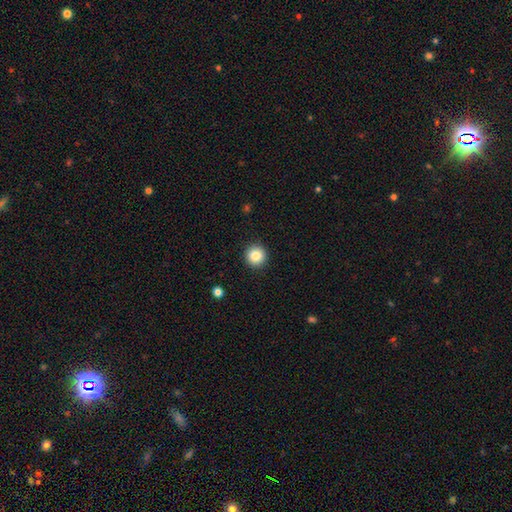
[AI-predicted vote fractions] This appears to be a smooth galaxy with no disk features (85%) that is round (95%). Merging: none (93%).